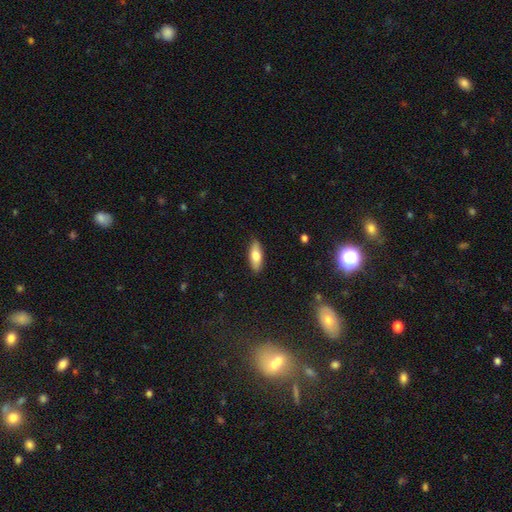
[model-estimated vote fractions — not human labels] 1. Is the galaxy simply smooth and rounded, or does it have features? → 73% smooth, 21% featured or disk, 6% star or artifact.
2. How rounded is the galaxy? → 70% in between, 28% cigar-shaped, 2% round.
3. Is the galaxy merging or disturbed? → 87% none, 10% minor disturbance, 2% major disturbance, 1% merger.